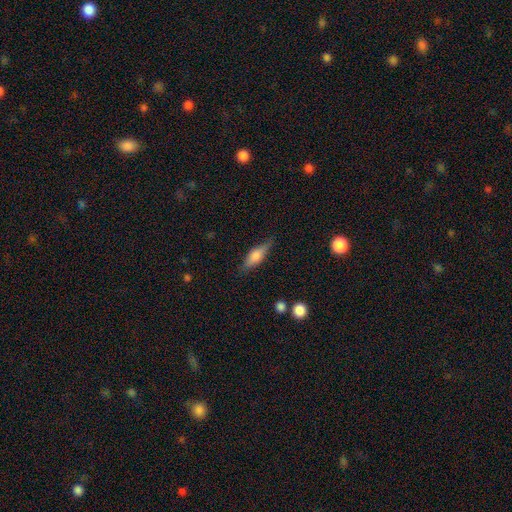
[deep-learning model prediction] A smooth galaxy with no disk features (64%) that is in between round and cigar-shaped (58%).

Vote fractions:
- Smooth or featured? smooth: 64% / featured or disk: 29% / star or artifact: 7%
- How rounded? in between: 58% / cigar-shaped: 39% / round: 3%
- Merging? none: 77% / minor disturbance: 17% / major disturbance: 4% / merger: 2%